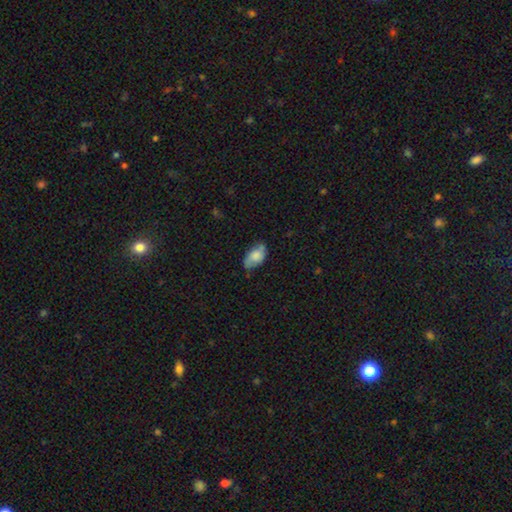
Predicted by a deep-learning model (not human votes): Smooth or featured?
  - smooth: 71% *
  - featured or disk: 22%
  - star or artifact: 7%
How rounded?
  - in between: 93% *
  - round: 5%
  - cigar-shaped: 2%
Merging?
  - none: 59% *
  - minor disturbance: 32%
  - major disturbance: 7%
  - merger: 2%